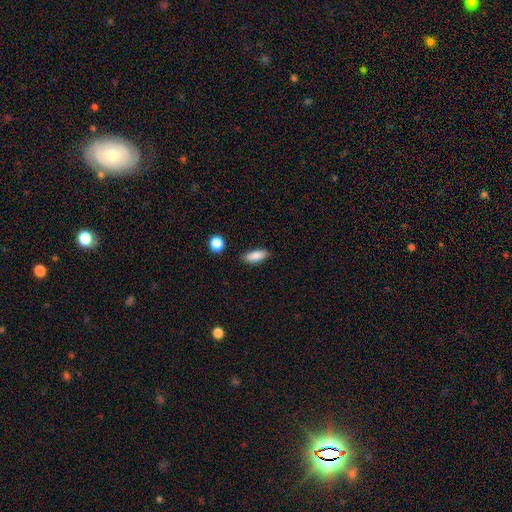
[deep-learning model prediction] This appears to be a smooth galaxy with no disk features (87%) that is in between round and cigar-shaped (77%). Merging: none (85%).